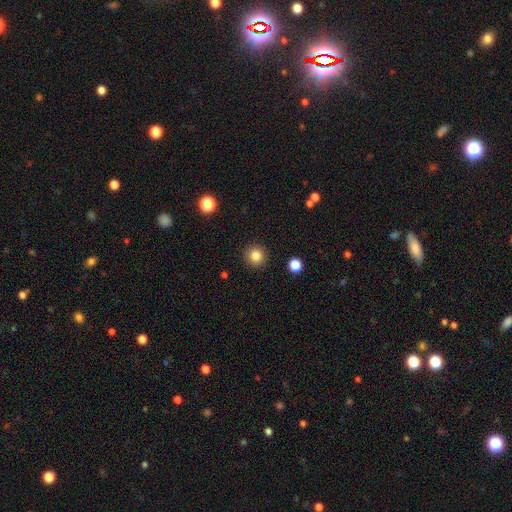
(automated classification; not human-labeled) This appears to be a smooth galaxy with no disk features (83%) that is round (94%). Merging: none (92%).